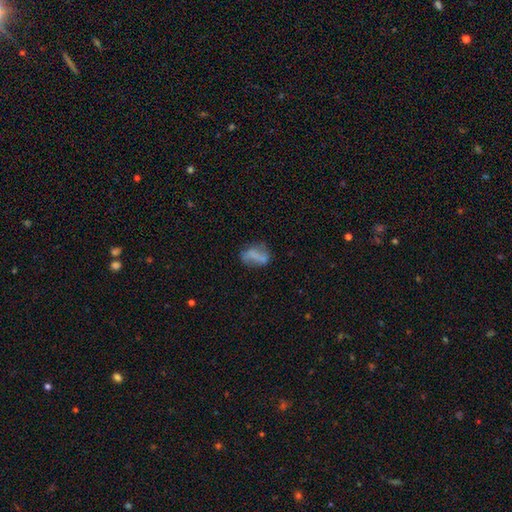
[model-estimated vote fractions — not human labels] The model was most divided on "smooth or featured" (2-way tie): smooth: 45%, featured or disk: 45%, star or artifact: 10%. Remaining: merging — none (49%).